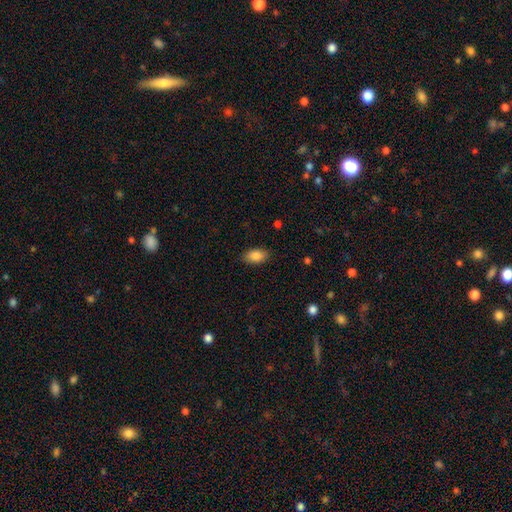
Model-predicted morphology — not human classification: Smooth or featured?
  - smooth: 87% *
  - star or artifact: 7%
  - featured or disk: 6%
How rounded?
  - in between: 92% *
  - round: 6%
  - cigar-shaped: 2%
Merging?
  - none: 86% *
  - minor disturbance: 10%
  - major disturbance: 2%
  - merger: 1%